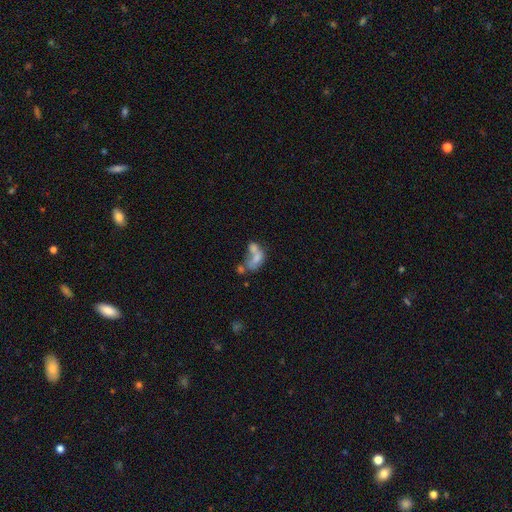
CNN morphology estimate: The model was most divided on "smooth or featured": smooth: 54%, featured or disk: 34%, star or artifact: 12%. More confident: how rounded — in between (81%); merging — merger (60%).